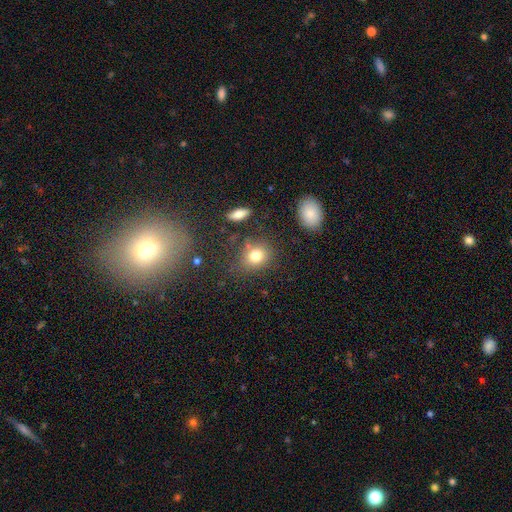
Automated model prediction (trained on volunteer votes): Smooth or featured: smooth — 79% (star or artifact — 12%)
How rounded: round — 64% (in between — 34%)
Merging: none — 74% (minor disturbance — 14%)